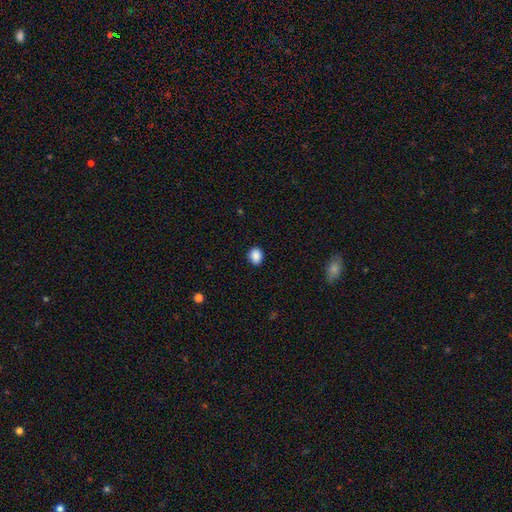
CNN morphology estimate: Smooth or featured? smooth (88%)
How rounded? in between (51%)
Merging? none (89%)